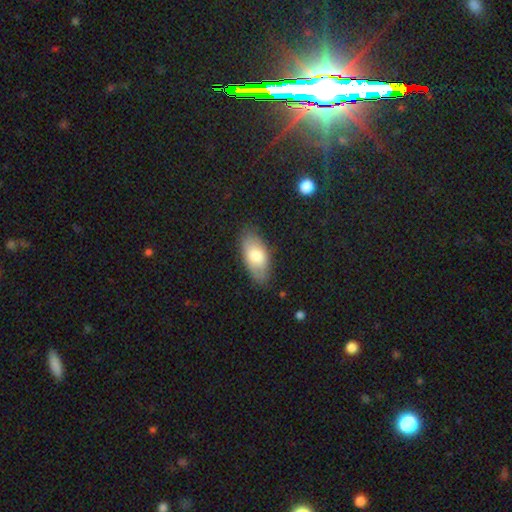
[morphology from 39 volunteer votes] Smooth or featured? 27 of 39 (69%) said smooth. How rounded? 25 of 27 (93%) said in between. Merging? 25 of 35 (71%) said none.